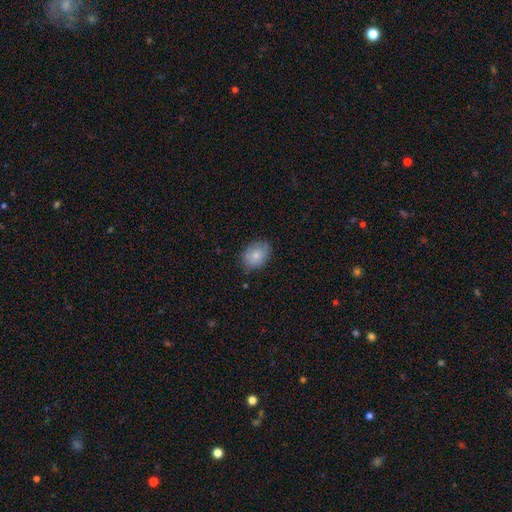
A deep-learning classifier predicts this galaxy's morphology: smooth_or_featured: smooth (p=0.81) [alt: featured or disk p=0.12]
how_rounded: in between (p=0.71) [alt: round p=0.28]
merging: none (p=0.79) [alt: minor disturbance p=0.16]